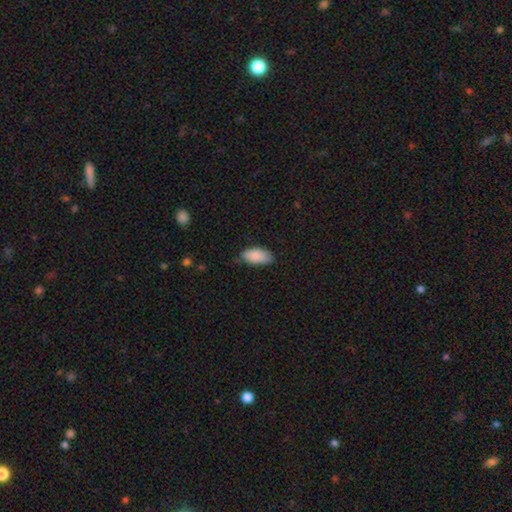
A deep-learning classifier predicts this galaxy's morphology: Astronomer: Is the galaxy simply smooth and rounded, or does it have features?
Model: smooth — 87%.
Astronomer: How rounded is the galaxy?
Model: in between — 93%.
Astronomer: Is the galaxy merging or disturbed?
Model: none — 75%.